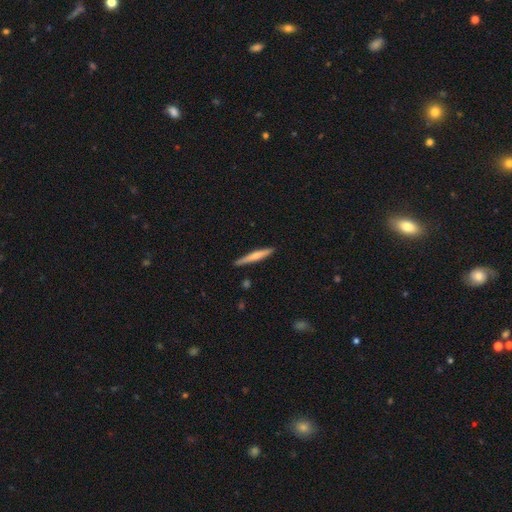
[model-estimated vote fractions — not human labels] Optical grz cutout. It shows a smooth galaxy with no disk features (57%) that is cigar-shaped (94%). Merging: none (88%).